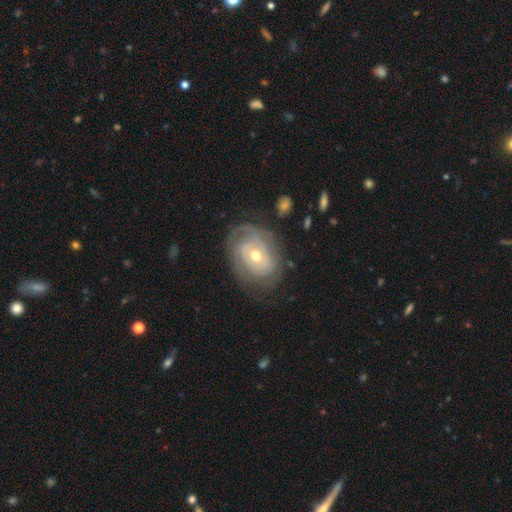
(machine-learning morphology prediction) Smooth or featured?
  - featured or disk: 82% *
  - smooth: 13%
  - star or artifact: 5%
Edge-on disk?
  - no: 96% *
  - yes: 4%
Bar?
  - no: 75% *
  - weak: 19%
  - strong: 5%
Spiral arms?
  - yes: 86% *
  - no: 14%
Spiral winding?
  - tight: 73% *
  - medium: 20%
  - loose: 7%
Spiral arm count?
  - can't tell: 39% *
  - 2: 28%
  - 3: 14%
  - 1: 9%
  - 4: 5%
  - more than 4: 4%
Bulge size?
  - moderate: 66% *
  - small: 29%
  - large: 3%
  - dominant: 1%
  - none: 1%
Merging?
  - none: 69% *
  - minor disturbance: 19%
  - major disturbance: 10%
  - merger: 2%